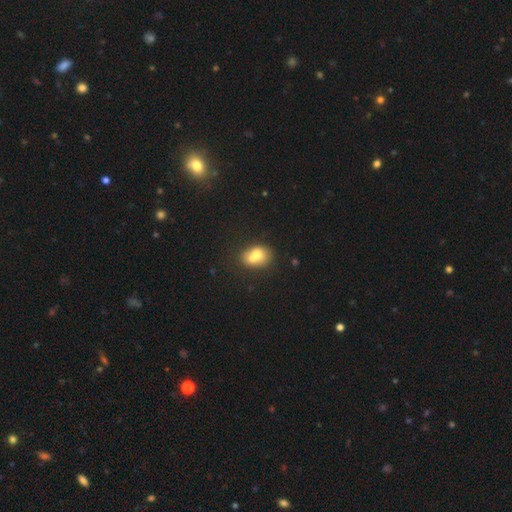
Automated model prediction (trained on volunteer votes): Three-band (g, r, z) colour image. It shows a smooth galaxy with no disk features (67%) that is in between round and cigar-shaped (54%). Merging: merger (57%).